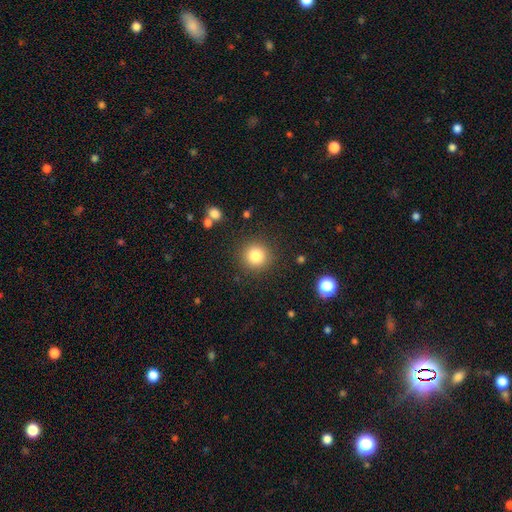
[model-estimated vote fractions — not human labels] smooth-or-featured: smooth: 82% | star or artifact: 11% | featured or disk: 7%
  how-rounded: round: 93% | in between: 6% | cigar-shaped: 1%
  merging: none: 89% | minor disturbance: 6% | major disturbance: 3% | merger: 2%